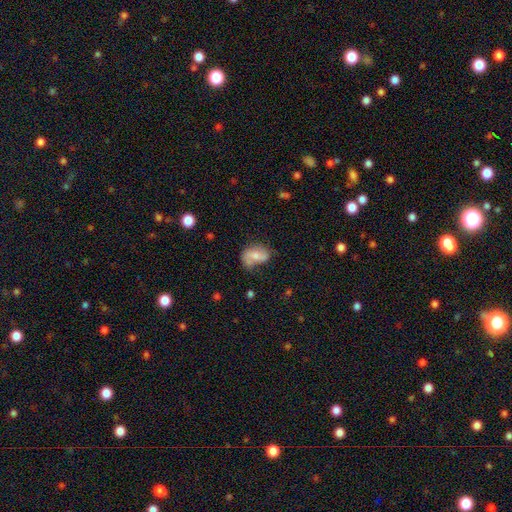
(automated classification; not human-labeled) Q: Smooth or featured?
A: smooth (50%); runner-up: featured or disk (41%)
Q: How rounded?
A: in between (80%); runner-up: round (18%)
Q: Merging?
A: none (43%); runner-up: minor disturbance (32%)